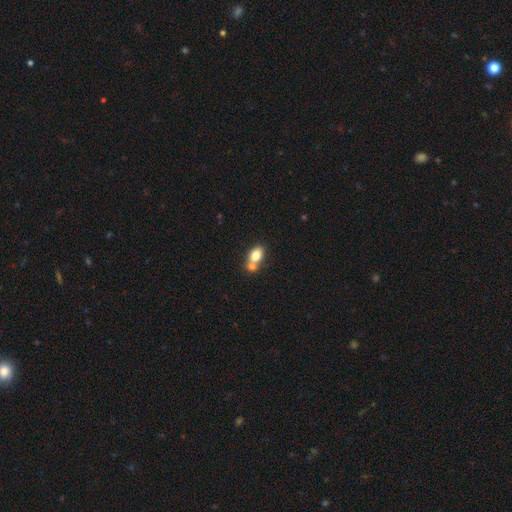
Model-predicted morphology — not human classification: smooth 79%, featured or disk 13%, star or artifact 9%. Down the decision tree: how rounded — in between (79%); merging — merger (48%).